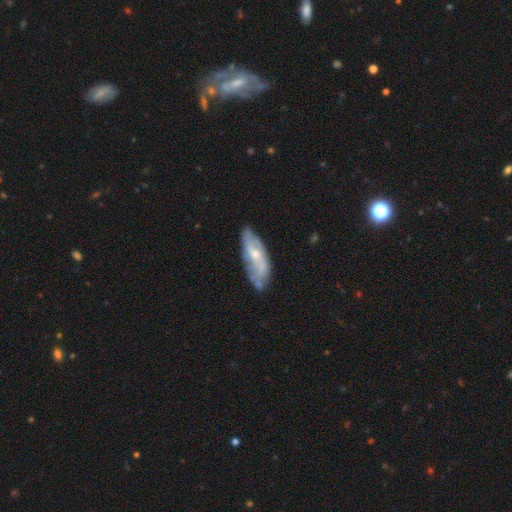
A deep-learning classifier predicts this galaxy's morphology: smooth-or-featured: featured or disk: 66% | smooth: 27% | star or artifact: 6%
  disk-edge-on: no: 85% | yes: 15%
    bar: no: 53% | weak: 38% | strong: 9%
    has-spiral-arms: yes: 75% | no: 25%
    bulge-size: small: 53% | moderate: 42% | none: 3% | large: 2% | dominant: 1%
  merging: none: 60% | minor disturbance: 27% | major disturbance: 9% | merger: 4%